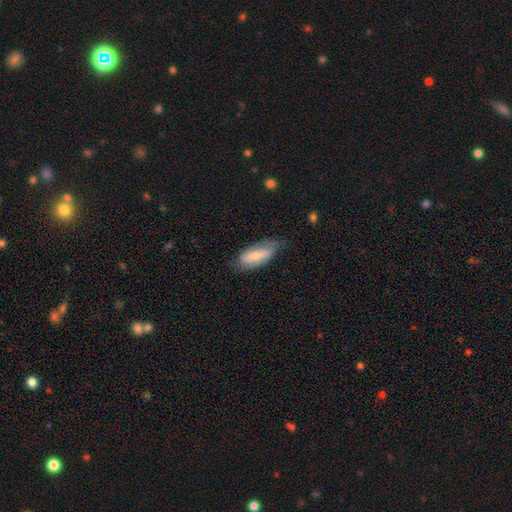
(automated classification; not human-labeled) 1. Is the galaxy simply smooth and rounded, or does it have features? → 53% smooth, 40% featured or disk, 7% star or artifact.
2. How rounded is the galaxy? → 80% in between, 17% cigar-shaped, 3% round.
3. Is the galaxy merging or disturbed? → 61% none, 28% minor disturbance, 9% major disturbance, 1% merger.